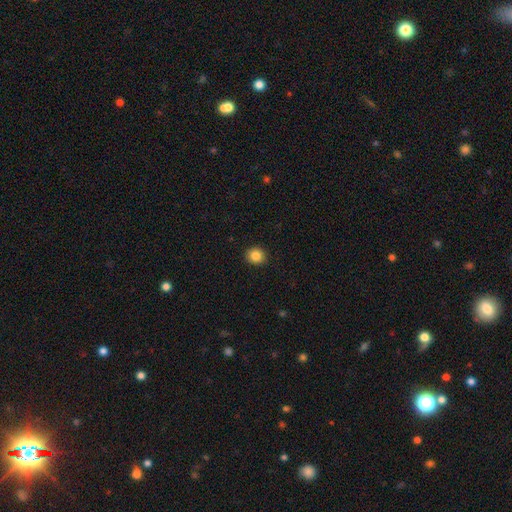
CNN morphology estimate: This is clearly a smooth galaxy (85%). How rounded: clearly round (83%). Merging: clearly none (92%).